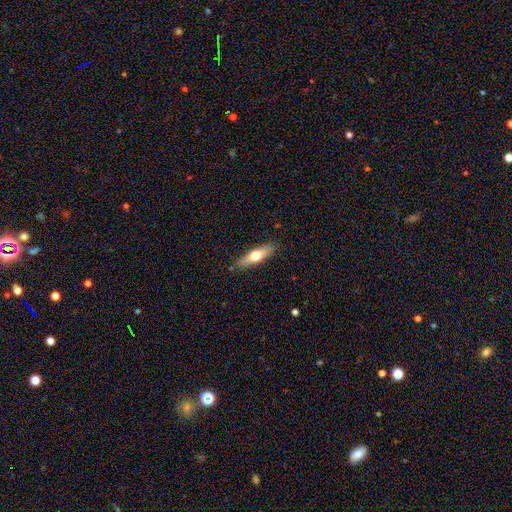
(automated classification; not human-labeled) Smooth or featured?
  - smooth: 58% *
  - featured or disk: 36%
  - star or artifact: 6%
How rounded?
  - cigar-shaped: 62% *
  - in between: 36%
  - round: 2%
Merging?
  - none: 85% *
  - minor disturbance: 11%
  - major disturbance: 2%
  - merger: 2%